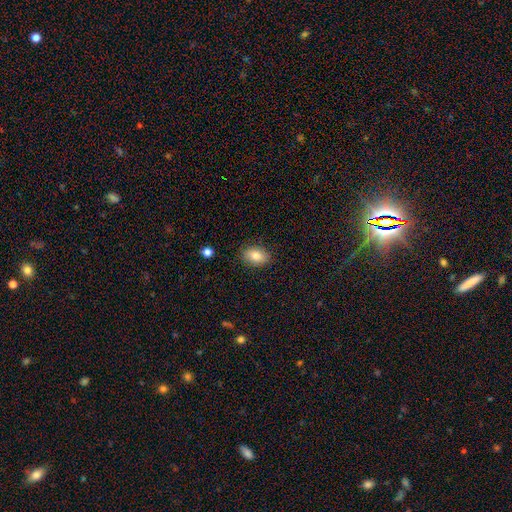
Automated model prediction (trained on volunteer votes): Smooth or featured?
  - smooth: 81% *
  - featured or disk: 11%
  - star or artifact: 8%
How rounded?
  - in between: 85% *
  - round: 13%
  - cigar-shaped: 2%
Merging?
  - none: 87% *
  - minor disturbance: 10%
  - major disturbance: 2%
  - merger: 1%